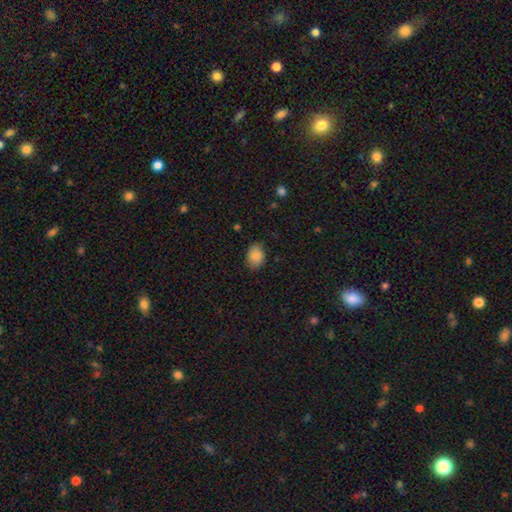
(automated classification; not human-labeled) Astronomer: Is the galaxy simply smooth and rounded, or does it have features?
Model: smooth — 86%.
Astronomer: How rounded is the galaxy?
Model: in between — 70%.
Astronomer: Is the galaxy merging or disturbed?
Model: none — 77%.